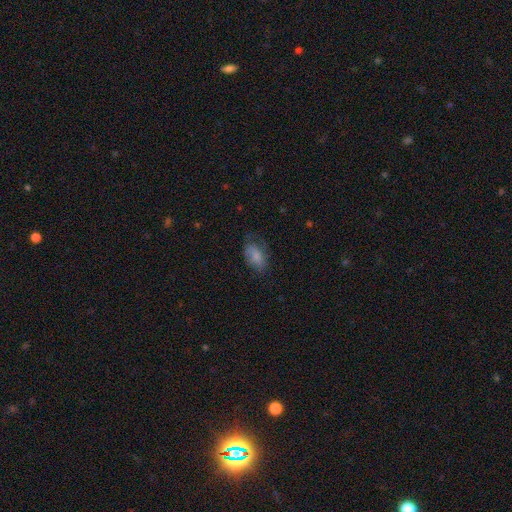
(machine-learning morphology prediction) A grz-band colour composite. It shows a smooth galaxy with no disk features (74%) that is in between round and cigar-shaped (90%). Merging: none (56%).